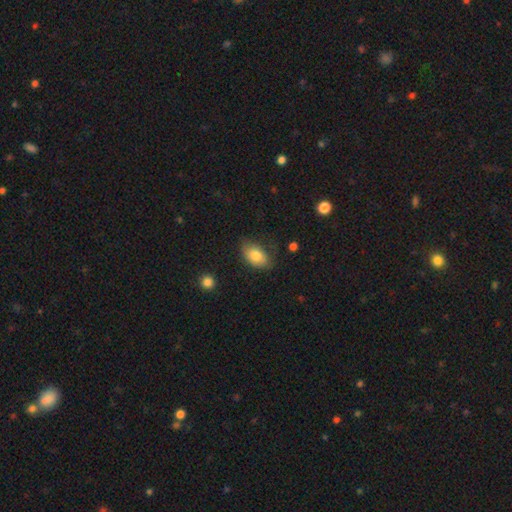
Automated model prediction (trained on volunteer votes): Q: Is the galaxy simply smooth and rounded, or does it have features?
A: smooth — 81%.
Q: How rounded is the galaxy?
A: in between — 90%.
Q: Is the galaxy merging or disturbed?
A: none — 70%.